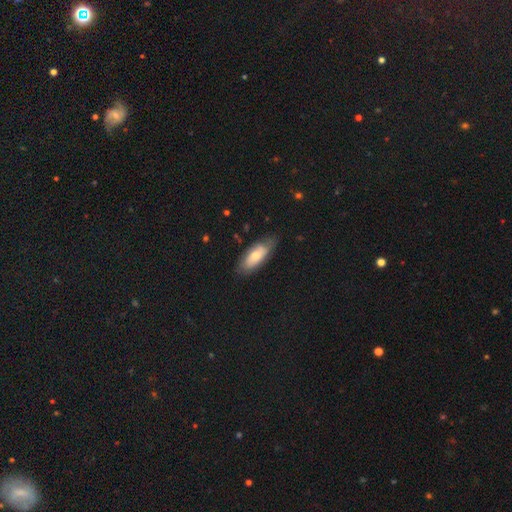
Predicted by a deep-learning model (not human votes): Smooth or featured: smooth — 63% (featured or disk — 30%)
How rounded: in between — 78% (cigar-shaped — 20%)
Merging: none — 69% (minor disturbance — 24%)